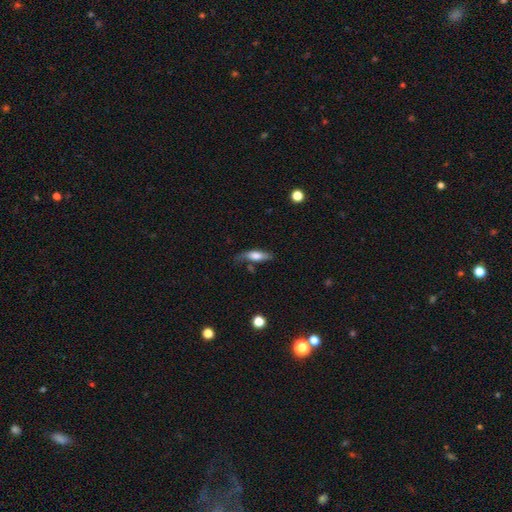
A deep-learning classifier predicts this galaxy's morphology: Smooth or featured: smooth — 61% (featured or disk — 32%)
How rounded: cigar-shaped — 49% (in between — 48%)
Merging: none — 53% (minor disturbance — 29%)